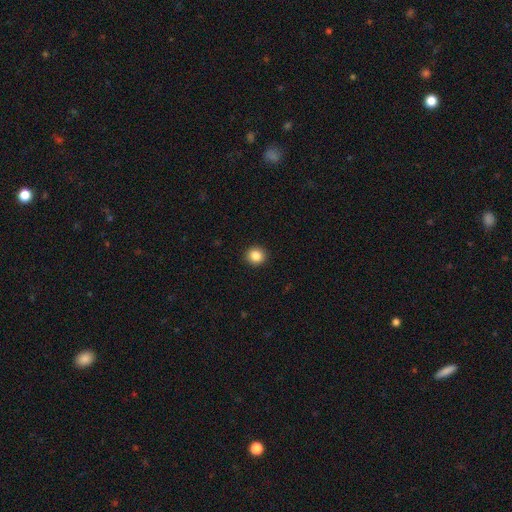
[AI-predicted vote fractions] Smooth or featured? smooth (86%)
How rounded? round (90%)
Merging? none (92%)